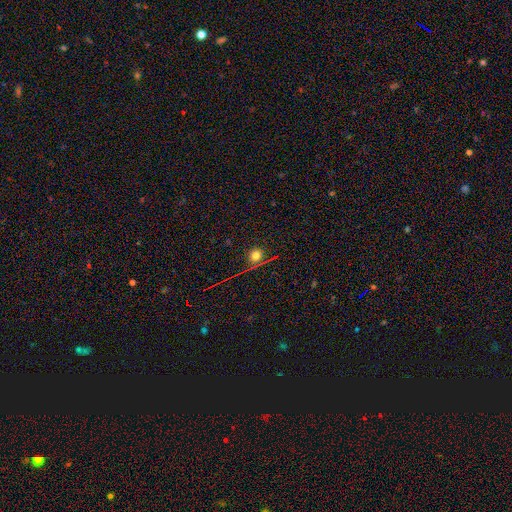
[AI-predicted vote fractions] Overall: smooth (67%). How rounded: round (86%). Merging: none (80%).